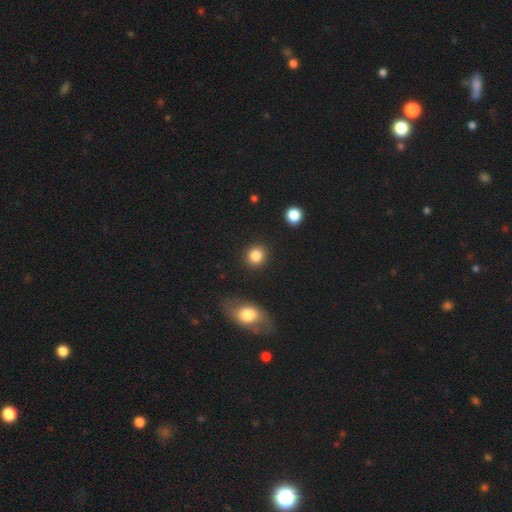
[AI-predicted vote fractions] Smooth or featured?
  - smooth: 86% *
  - star or artifact: 9%
  - featured or disk: 5%
How rounded?
  - round: 83% *
  - in between: 16%
  - cigar-shaped: 1%
Merging?
  - none: 89% *
  - minor disturbance: 7%
  - major disturbance: 2%
  - merger: 2%